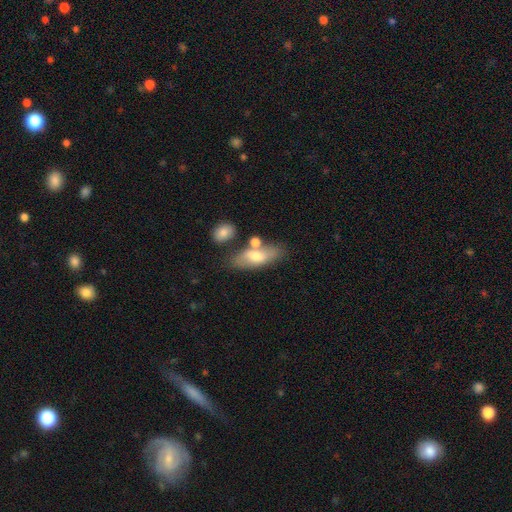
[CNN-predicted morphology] This is likely a smooth galaxy (61%). How rounded: likely in between (70%). Merging: likely none (62%).